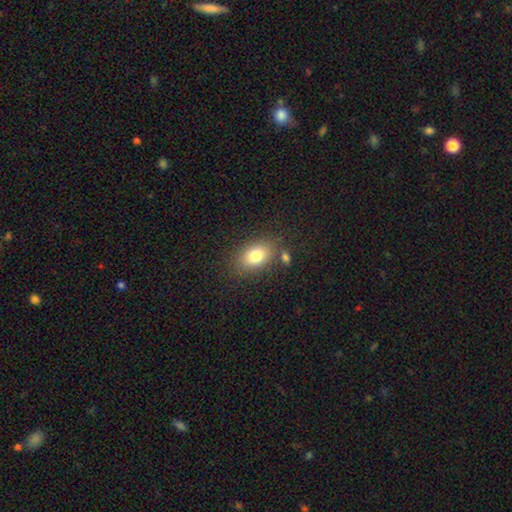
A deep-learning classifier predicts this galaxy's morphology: A smooth galaxy with no disk features (80%) that is in between round and cigar-shaped (82%).

Vote fractions:
- Smooth or featured? smooth: 80% / featured or disk: 11% / star or artifact: 10%
- How rounded? in between: 82% / round: 16% / cigar-shaped: 2%
- Merging? none: 77% / minor disturbance: 12% / merger: 7% / major disturbance: 4%